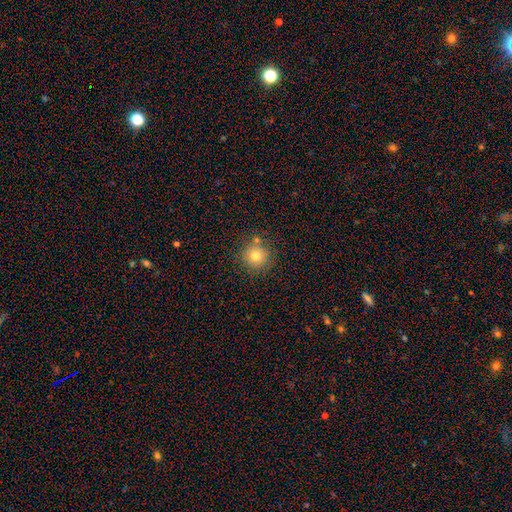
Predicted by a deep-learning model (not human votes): A smooth galaxy with no disk features (78%) that is round (94%). Merging: none (78%).